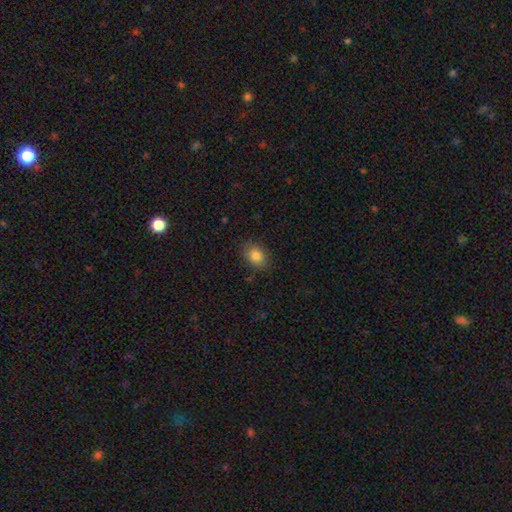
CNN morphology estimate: Smooth or featured?
  - smooth: 83% *
  - star or artifact: 10%
  - featured or disk: 7%
How rounded?
  - in between: 64% *
  - round: 35%
  - cigar-shaped: 1%
Merging?
  - none: 84% *
  - minor disturbance: 12%
  - major disturbance: 3%
  - merger: 1%